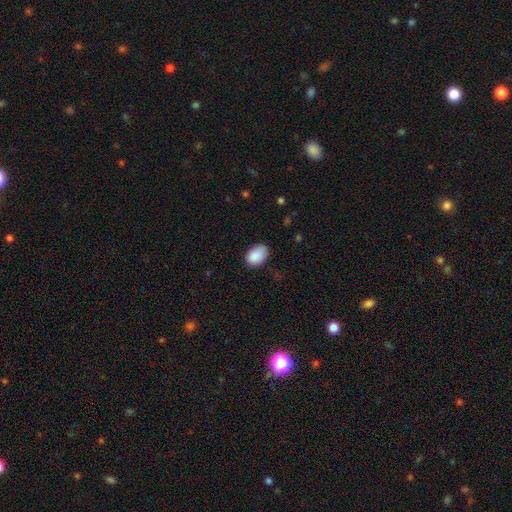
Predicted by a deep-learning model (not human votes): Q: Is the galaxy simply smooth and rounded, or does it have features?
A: smooth — 89%.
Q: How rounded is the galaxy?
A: in between — 85%.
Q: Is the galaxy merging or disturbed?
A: none — 73%.